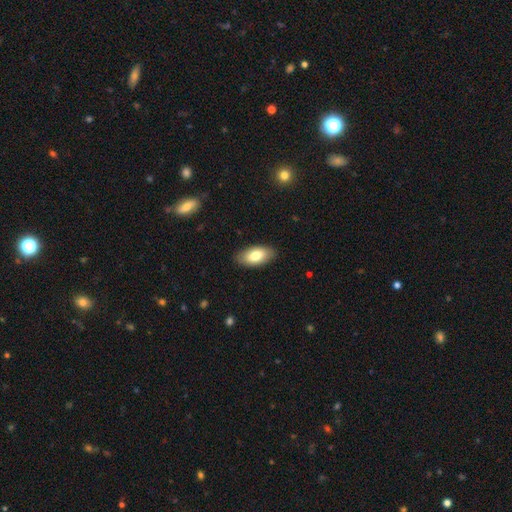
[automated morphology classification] Smooth or featured? Predicted: smooth (p=0.79). How rounded? Predicted: in between (p=0.93). Merging? Predicted: none (p=0.87).